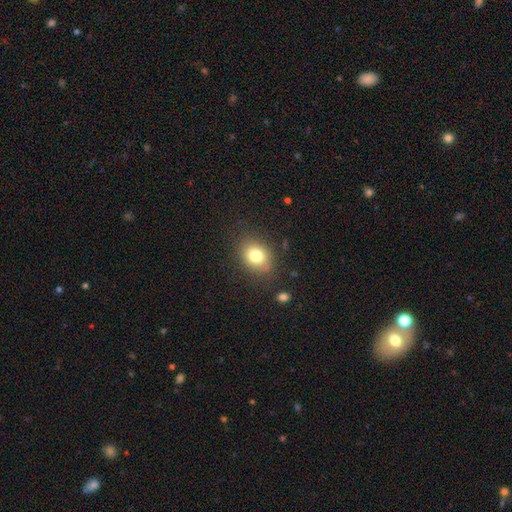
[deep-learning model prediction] Smooth or featured: smooth — 78% (star or artifact — 11%)
How rounded: in between — 52% (round — 47%)
Merging: none — 82% (minor disturbance — 12%)